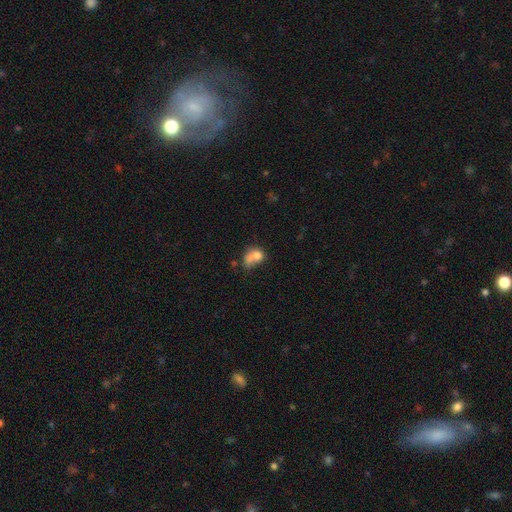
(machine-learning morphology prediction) The model was most divided on "how rounded": in between: 54%, round: 45%, cigar-shaped: 2%. Remaining: smooth or featured — smooth (70%); merging — merger (45%).